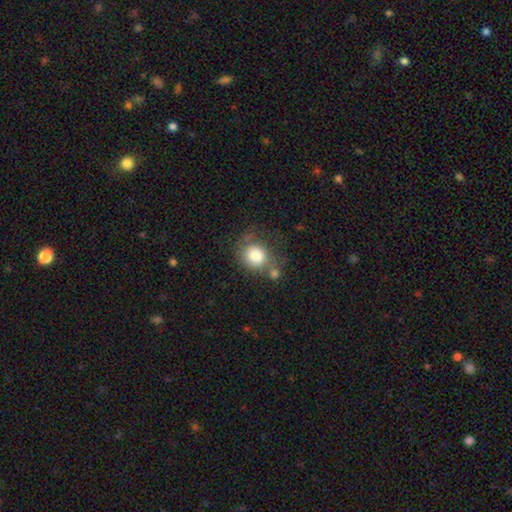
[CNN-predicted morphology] Q: Smooth or featured?
A: smooth (80%); runner-up: featured or disk (11%)
Q: How rounded?
A: round (74%); runner-up: in between (25%)
Q: Merging?
A: none (51%); runner-up: minor disturbance (21%)